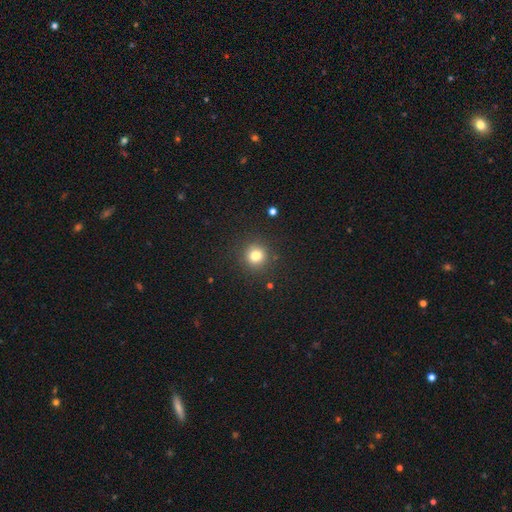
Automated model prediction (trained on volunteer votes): Smooth or featured: smooth — 80% (star or artifact — 13%)
How rounded: round — 92% (in between — 7%)
Merging: none — 90% (minor disturbance — 6%)